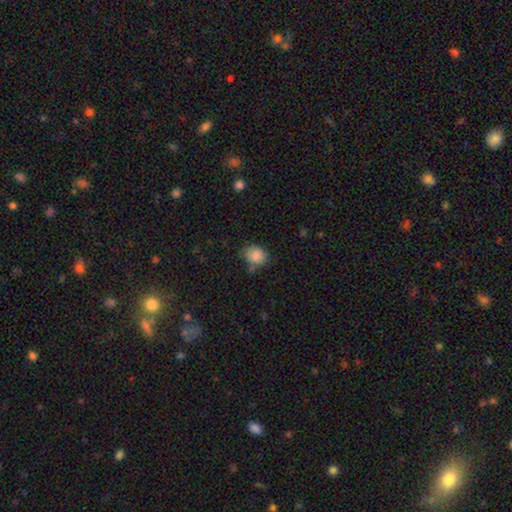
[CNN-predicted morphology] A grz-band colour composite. It shows a smooth galaxy with no disk features (86%) that is in between round and cigar-shaped (50%, tied with round). Merging: none (64%).